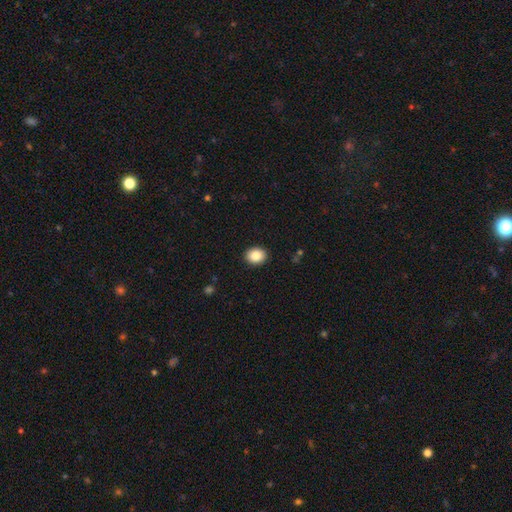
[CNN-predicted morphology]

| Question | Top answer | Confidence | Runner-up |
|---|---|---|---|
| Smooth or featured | smooth | 86% | star or artifact (8%) |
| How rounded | round | 52% | in between (47%) |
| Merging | none | 91% | minor disturbance (6%) |